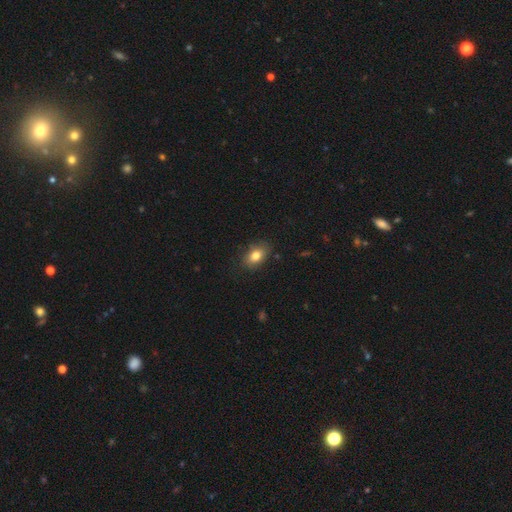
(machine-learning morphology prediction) Smooth or featured? smooth (81%)
How rounded? in between (84%)
Merging? none (81%)